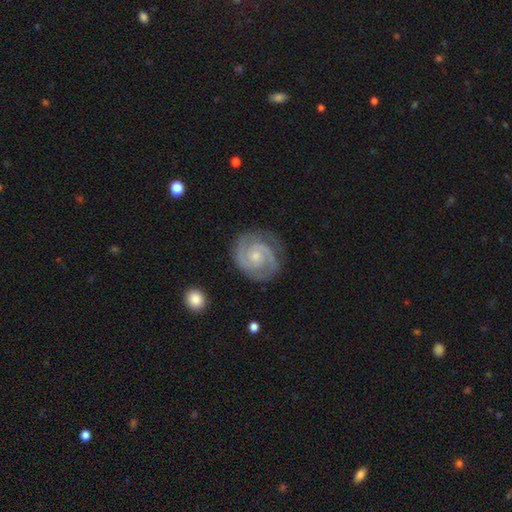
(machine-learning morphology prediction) Smooth or featured? Predicted: featured or disk (p=0.89). Edge-on disk? Predicted: no (p=0.98). Bar? Predicted: no (p=0.67). Spiral arms? Predicted: yes (p=0.98). Spiral winding? Predicted: tight (p=0.64). Spiral arm count? Predicted: 2 (p=0.84). Bulge size? Predicted: small (p=0.64). Merging? Predicted: none (p=0.81).